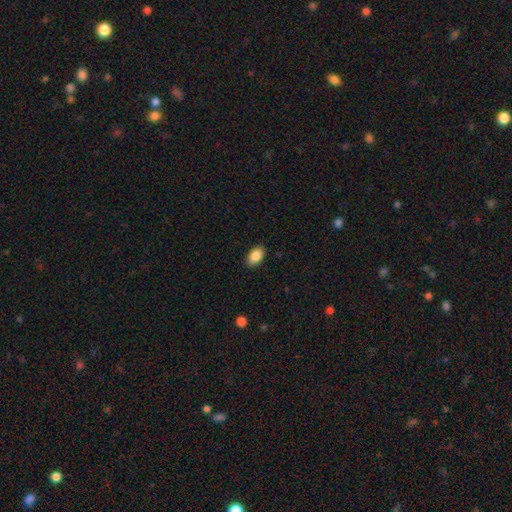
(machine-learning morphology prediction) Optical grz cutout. It shows a smooth galaxy with no disk features (87%) that is in between round and cigar-shaped (92%). Merging: none (88%).